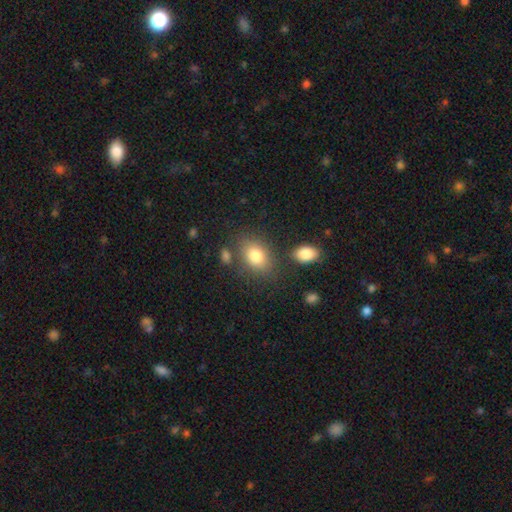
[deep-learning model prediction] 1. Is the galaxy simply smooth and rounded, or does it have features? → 81% smooth, 10% featured or disk, 9% star or artifact.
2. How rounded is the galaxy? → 73% in between, 26% round, 1% cigar-shaped.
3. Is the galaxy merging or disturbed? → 75% none, 13% minor disturbance, 8% merger, 5% major disturbance.